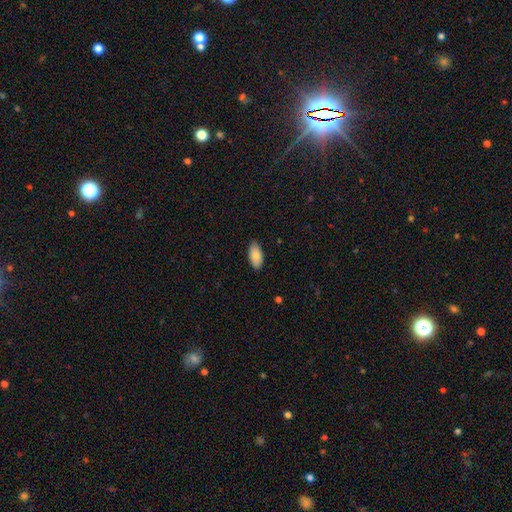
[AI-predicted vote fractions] Morphology: type=smooth (85%); roundness=in between (93%); merging=none (86%).